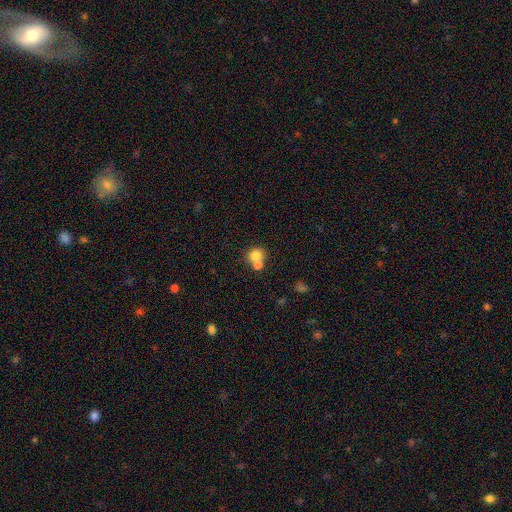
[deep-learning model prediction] smooth_or_featured: smooth (p=0.77) [alt: featured or disk p=0.12]
how_rounded: round (p=0.81) [alt: in between p=0.18]
merging: merger (p=0.53) [alt: none p=0.38]